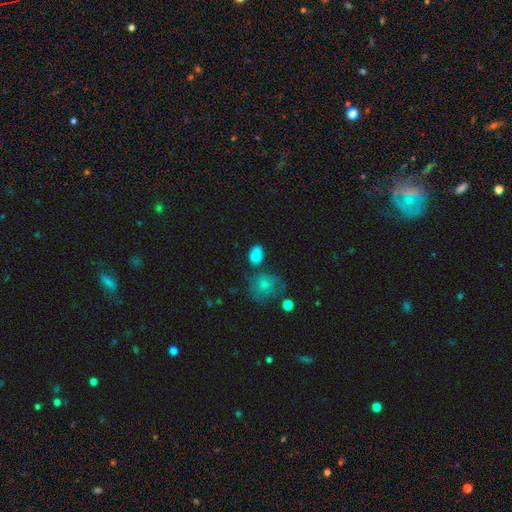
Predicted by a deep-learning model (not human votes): Q: Smooth or featured?
A: smooth (80%); runner-up: star or artifact (10%)
Q: How rounded?
A: in between (74%); runner-up: round (24%)
Q: Merging?
A: none (55%); runner-up: minor disturbance (21%)